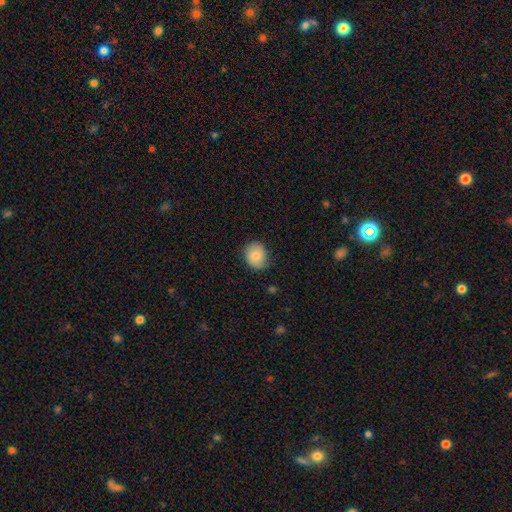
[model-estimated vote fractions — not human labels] Morphology: type=smooth (80%); roundness=round (63%); merging=none (75%).